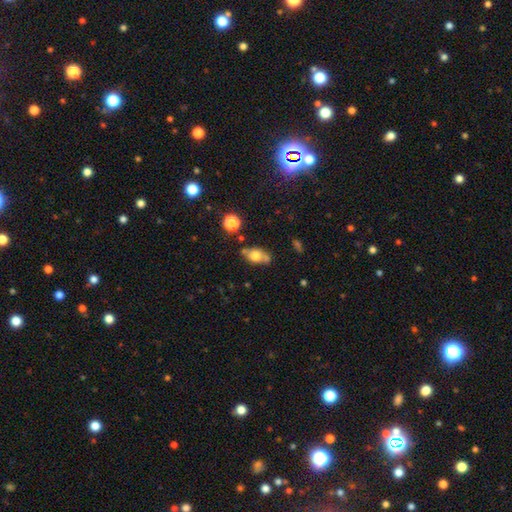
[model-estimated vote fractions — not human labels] This appears to be a smooth galaxy with no disk features (67%) that is in between round and cigar-shaped (82%). Merging: none (60%).